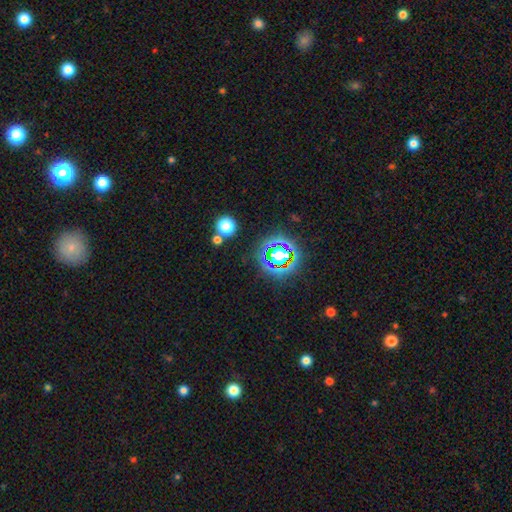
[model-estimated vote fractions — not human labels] smooth-or-featured: star or artifact: 74% | smooth: 17% | featured or disk: 9%